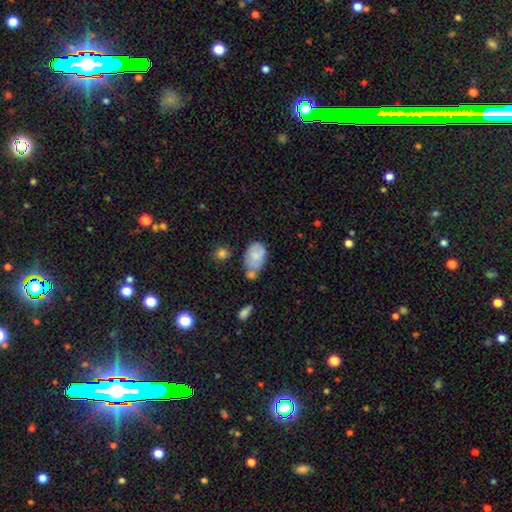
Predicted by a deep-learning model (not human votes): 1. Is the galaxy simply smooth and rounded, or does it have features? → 68% smooth, 24% featured or disk, 8% star or artifact.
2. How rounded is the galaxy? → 86% in between, 12% round, 1% cigar-shaped.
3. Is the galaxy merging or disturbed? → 35% none, 28% minor disturbance, 27% merger, 11% major disturbance.